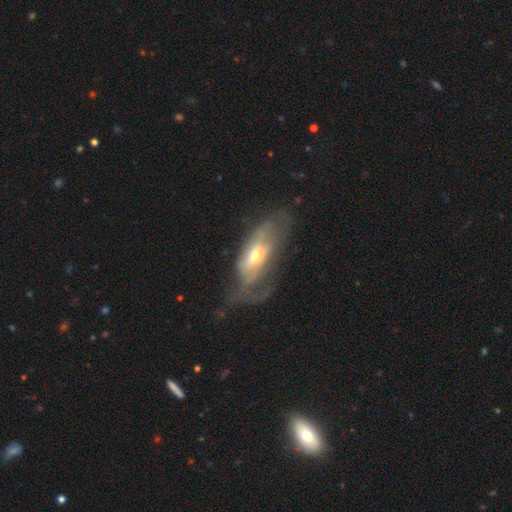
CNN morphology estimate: A featured or disk galaxy (58%). Merging: major disturbance (37%).